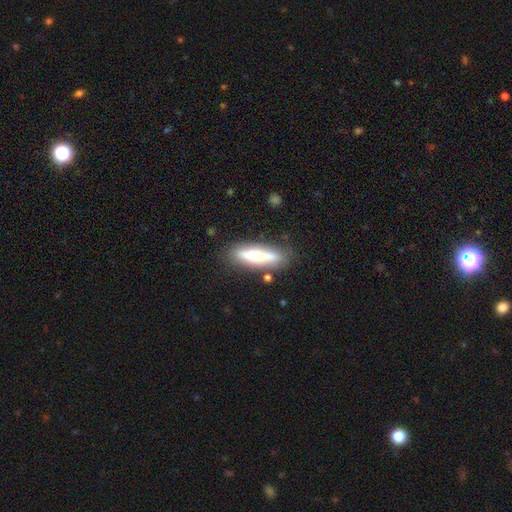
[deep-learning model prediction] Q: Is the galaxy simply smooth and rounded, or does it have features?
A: smooth — 61%.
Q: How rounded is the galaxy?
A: cigar-shaped — 69%.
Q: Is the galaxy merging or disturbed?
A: none — 78%.